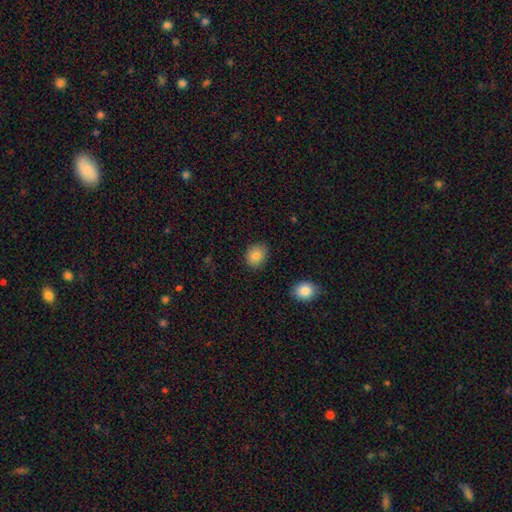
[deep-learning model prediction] This is clearly a smooth galaxy (84%). How rounded: likely round (66%). Merging: clearly none (87%).